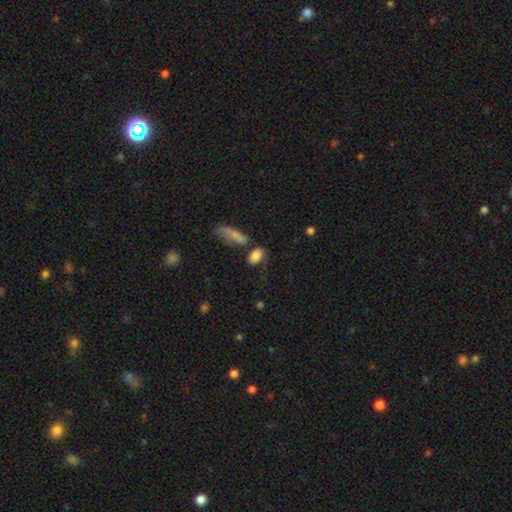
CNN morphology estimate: This appears to be a smooth galaxy with no disk features (83%) that is in between round and cigar-shaped (86%). Merging: none (46%).